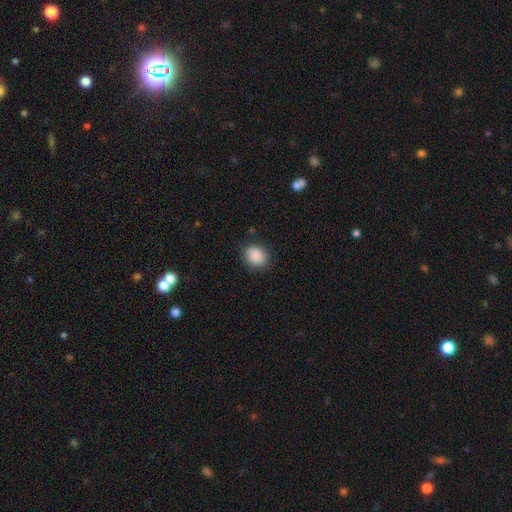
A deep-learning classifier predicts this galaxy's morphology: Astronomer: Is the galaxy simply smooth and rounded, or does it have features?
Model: smooth — 89%.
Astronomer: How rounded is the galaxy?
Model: round — 58% (runner-up: in between, 41%).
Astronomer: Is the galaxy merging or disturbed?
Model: none — 85%.